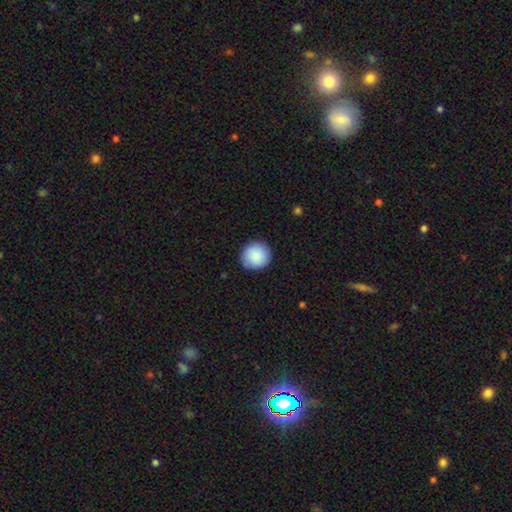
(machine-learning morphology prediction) Overall: smooth (89%). How rounded: round (94%). Merging: none (89%).